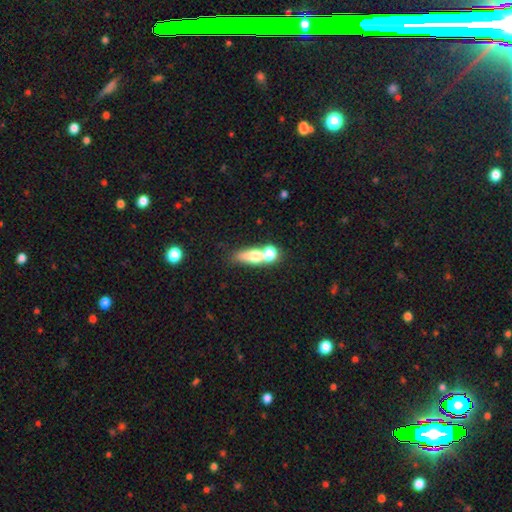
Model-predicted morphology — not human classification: A smooth galaxy with no disk features (62%) that is in between round and cigar-shaped (50%). Merging: merger (60%).